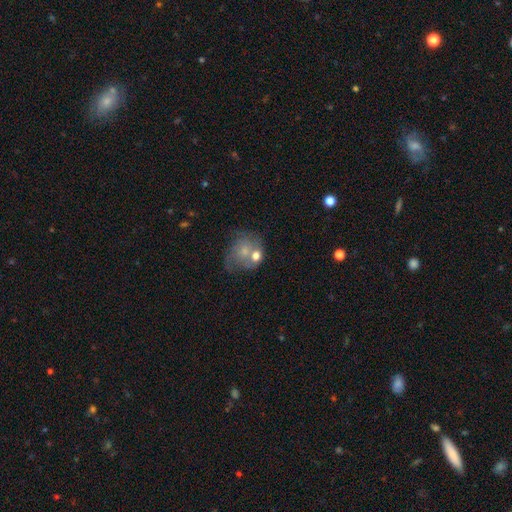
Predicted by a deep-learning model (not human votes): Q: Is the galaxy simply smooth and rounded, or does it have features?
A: smooth — 55%.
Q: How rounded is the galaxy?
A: round — 57%.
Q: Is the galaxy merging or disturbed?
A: merger — 42%.